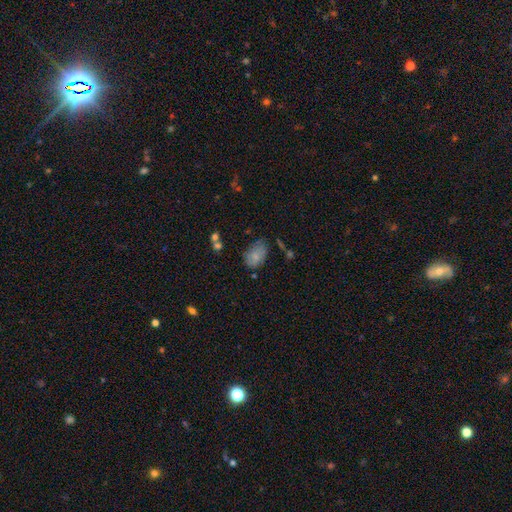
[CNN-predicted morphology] Smooth or featured?
  - smooth: 75% *
  - featured or disk: 16%
  - star or artifact: 9%
How rounded?
  - in between: 84% *
  - round: 15%
  - cigar-shaped: 1%
Merging?
  - none: 52% *
  - minor disturbance: 32%
  - major disturbance: 10%
  - merger: 5%